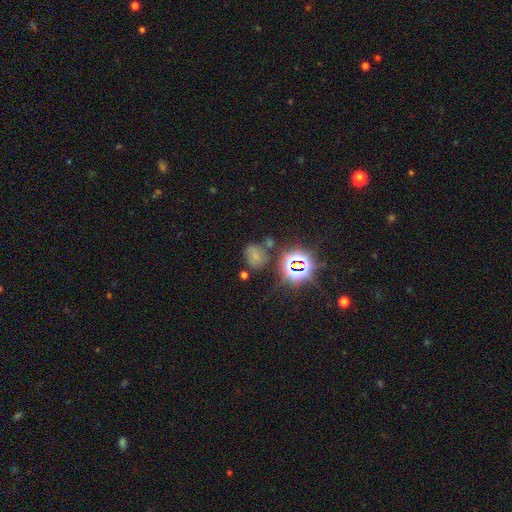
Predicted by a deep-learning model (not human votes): smooth-or-featured: smooth: 51% | star or artifact: 33% | featured or disk: 16%
  how-rounded: round: 54% | in between: 44% | cigar-shaped: 1%
  merging: none: 59% | minor disturbance: 21% | merger: 11% | major disturbance: 9%